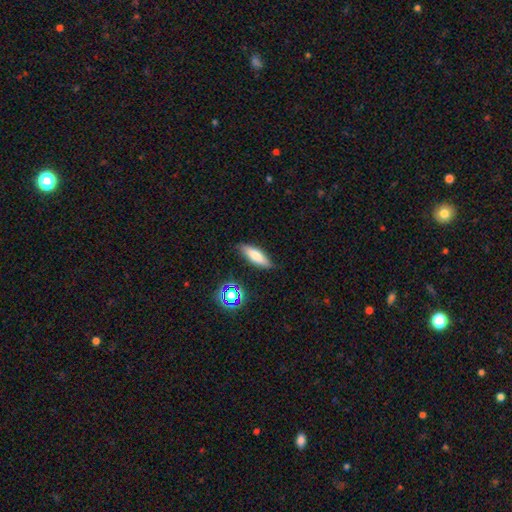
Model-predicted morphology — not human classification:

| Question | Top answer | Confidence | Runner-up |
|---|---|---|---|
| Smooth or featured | smooth | 72% | featured or disk (19%) |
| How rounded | cigar-shaped | 49% | in between (48%) |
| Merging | none | 83% | minor disturbance (12%) |